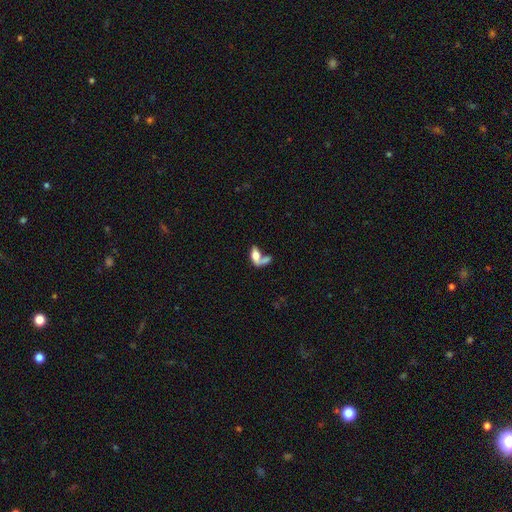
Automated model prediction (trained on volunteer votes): A smooth galaxy with no disk features (63%) that is in between round and cigar-shaped (80%).

Vote fractions:
- Smooth or featured? smooth: 63% / featured or disk: 29% / star or artifact: 9%
- How rounded? in between: 80% / cigar-shaped: 13% / round: 8%
- Merging? merger: 55% / none: 24% / major disturbance: 12% / minor disturbance: 9%